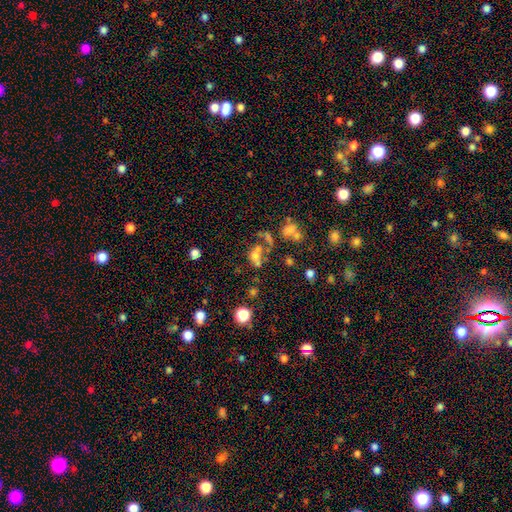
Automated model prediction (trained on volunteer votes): Smooth or featured?
  - smooth: 50% *
  - featured or disk: 28%
  - star or artifact: 22%
How rounded?
  - in between: 57% *
  - round: 40%
  - cigar-shaped: 4%
Merging?
  - merger: 47% *
  - none: 25%
  - major disturbance: 17%
  - minor disturbance: 11%